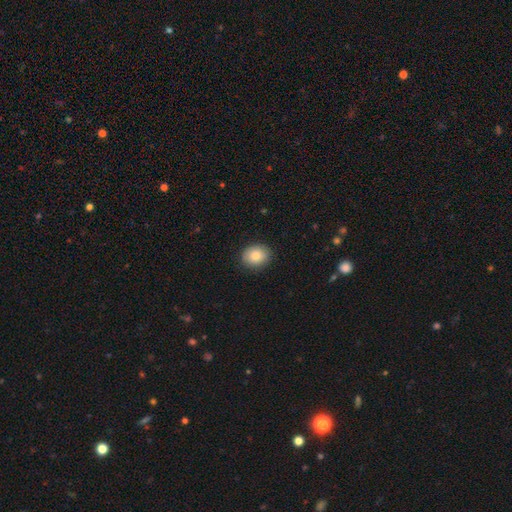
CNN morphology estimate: This appears to be a smooth galaxy with no disk features (85%) that is round (62%). Merging: none (89%).